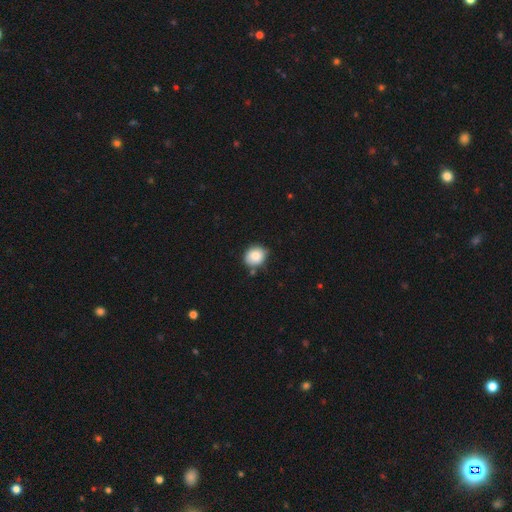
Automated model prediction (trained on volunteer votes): Morphology: type=smooth (83%); roundness=round (69%); merging=none (74%).